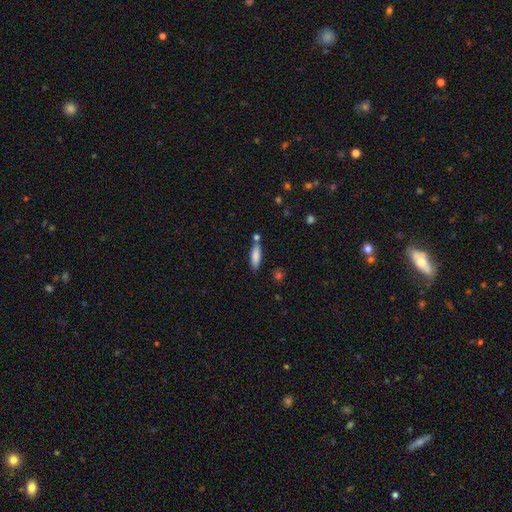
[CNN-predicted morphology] This is clearly a smooth galaxy (82%). How rounded: possibly cigar-shaped (58%). Merging: likely none (71%).